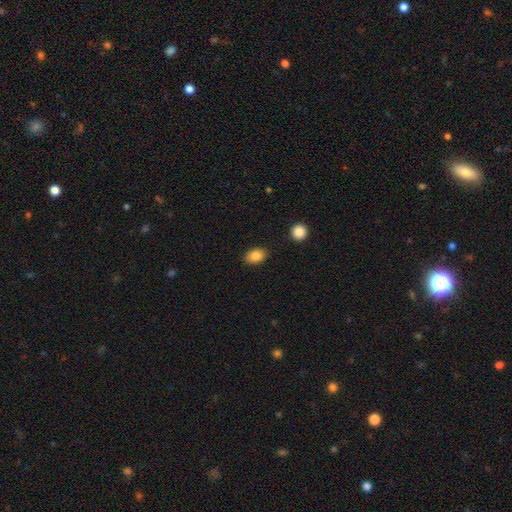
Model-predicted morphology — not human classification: Smooth or featured? smooth (85%)
How rounded? in between (81%)
Merging? none (86%)